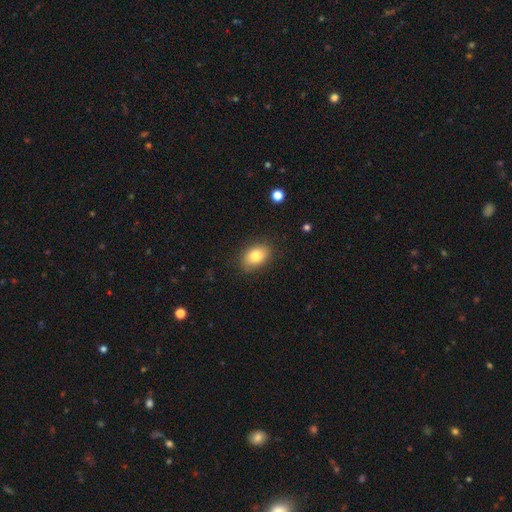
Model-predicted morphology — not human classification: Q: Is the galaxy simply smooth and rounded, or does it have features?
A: smooth — 84%.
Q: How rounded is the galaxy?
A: in between — 85%.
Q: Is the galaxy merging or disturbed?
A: none — 83%.